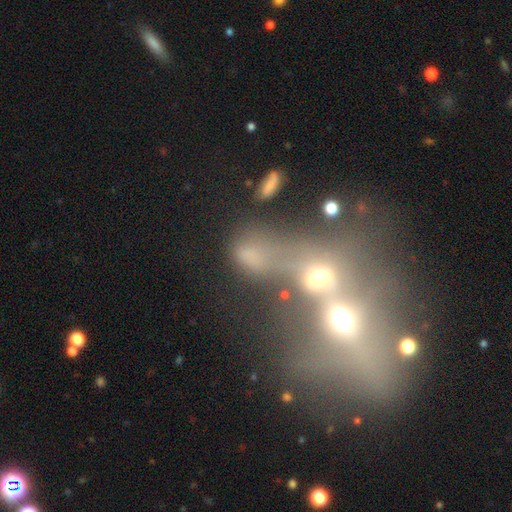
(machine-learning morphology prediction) smooth-or-featured: smooth: 46% | featured or disk: 28% | star or artifact: 26%
  merging: merger: 65% | none: 14% | major disturbance: 14% | minor disturbance: 7%